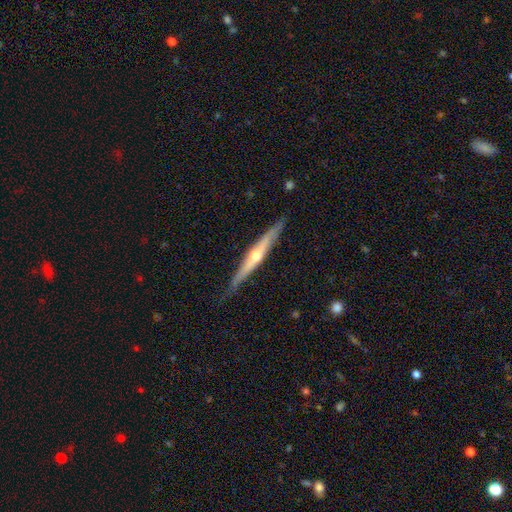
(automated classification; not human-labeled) Smooth or featured: featured or disk — 70% (smooth — 25%)
Edge-on disk: yes — 95% (no — 5%)
Edge-on bulge: rounded — 84% (none — 13%)
Merging: none — 83% (minor disturbance — 13%)